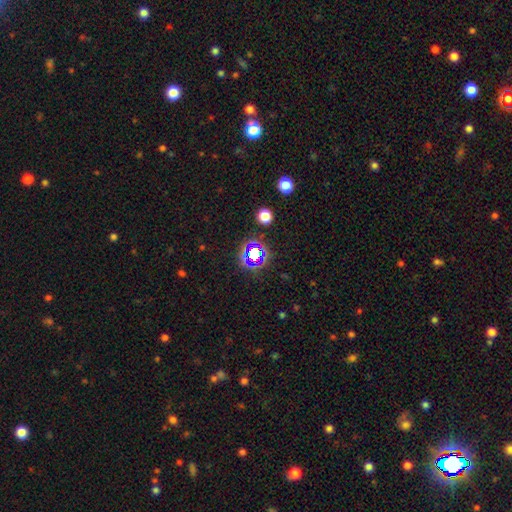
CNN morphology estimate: This appears to be a star or artifact, not a galaxy (69%).